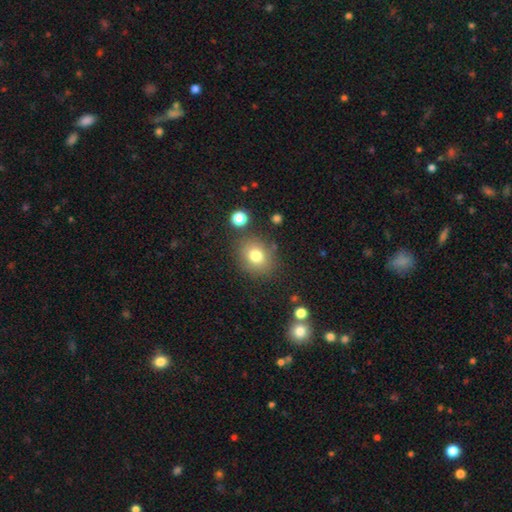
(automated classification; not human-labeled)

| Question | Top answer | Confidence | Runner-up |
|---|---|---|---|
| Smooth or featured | smooth | 77% | star or artifact (13%) |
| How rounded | round | 65% | in between (34%) |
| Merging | none | 80% | minor disturbance (11%) |